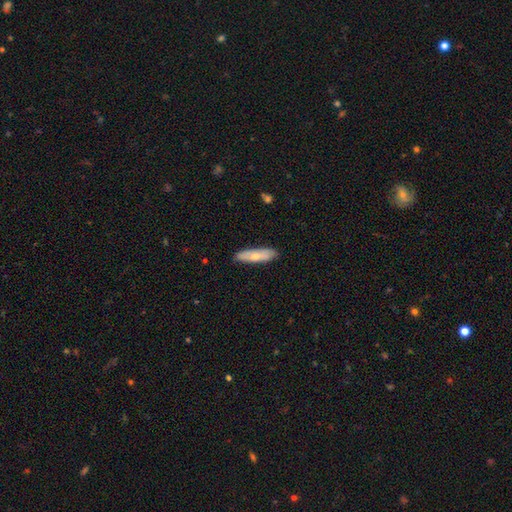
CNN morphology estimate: This appears to be a smooth galaxy with no disk features (68%) that is cigar-shaped (68%). Merging: none (86%).